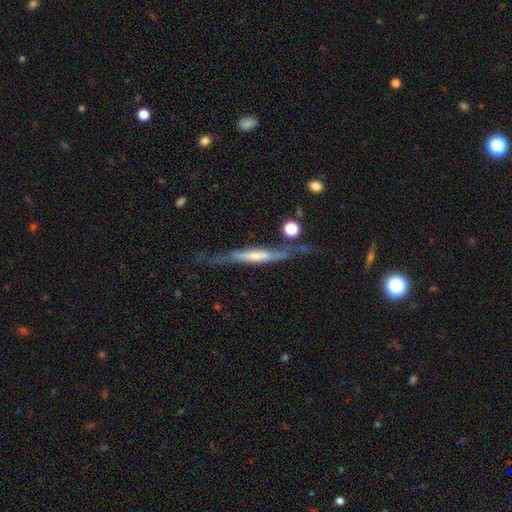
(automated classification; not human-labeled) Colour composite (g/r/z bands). It shows a featured or disk galaxy (70%) viewed edge-on (84%) with no central bulge (40%). Merging: none (59%).